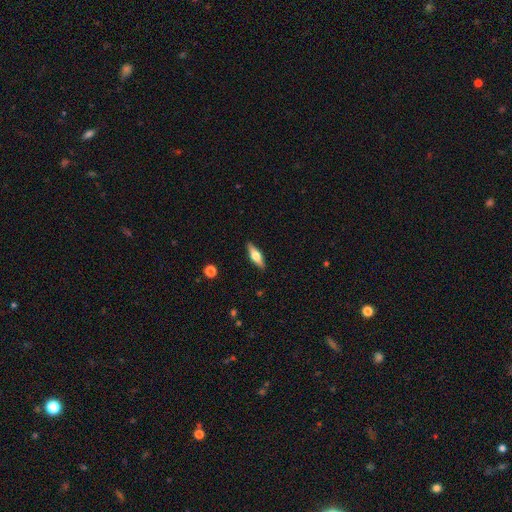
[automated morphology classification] smooth-or-featured: featured or disk: 49% | smooth: 45% | star or artifact: 6%
  merging: none: 89% | minor disturbance: 8% | major disturbance: 2% | merger: 1%